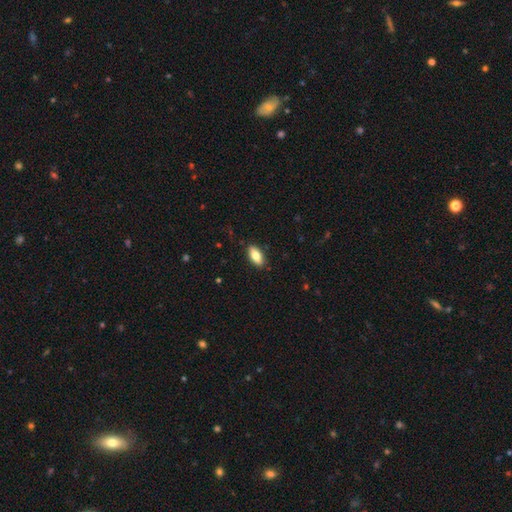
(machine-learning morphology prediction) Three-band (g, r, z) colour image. It shows a smooth galaxy with no disk features (79%) that is in between round and cigar-shaped (87%). Merging: none (89%).